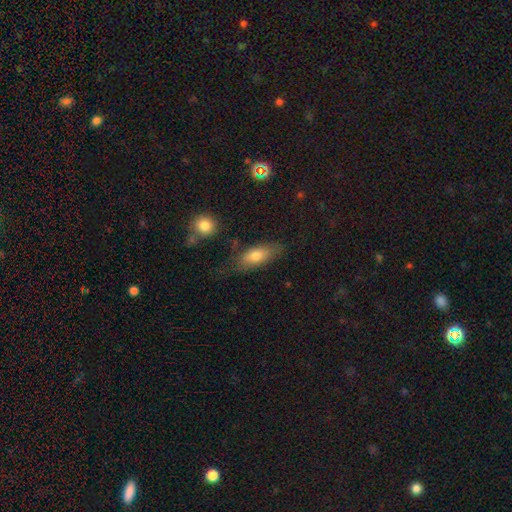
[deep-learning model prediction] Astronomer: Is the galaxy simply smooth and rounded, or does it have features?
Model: smooth — 75%.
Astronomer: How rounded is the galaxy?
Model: in between — 79%.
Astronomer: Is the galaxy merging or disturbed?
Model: none — 65%.